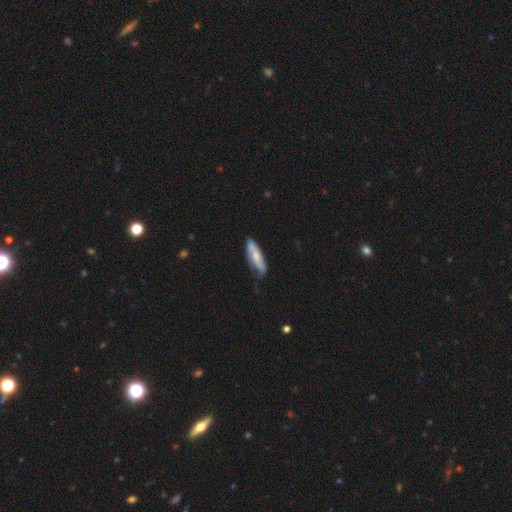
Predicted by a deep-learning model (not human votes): Overall: smooth (58%; featured or disk 37%). How rounded: cigar-shaped (65%; in between 33%). Merging: none (58%; minor disturbance 32%).